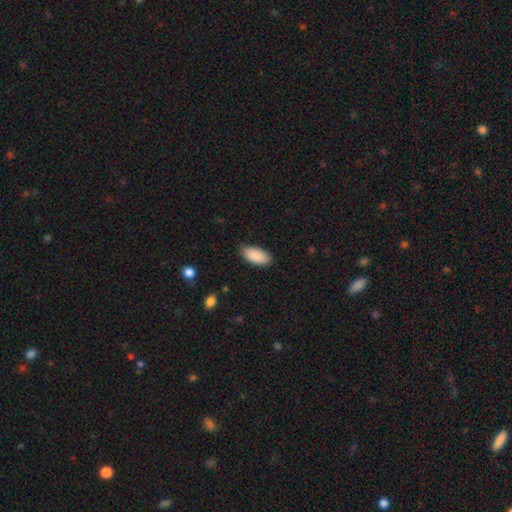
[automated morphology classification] smooth_or_featured: smooth (p=0.90) [alt: star or artifact p=0.06]
how_rounded: in between (p=0.92) [alt: cigar-shaped p=0.07]
merging: none (p=0.82) [alt: minor disturbance p=0.14]